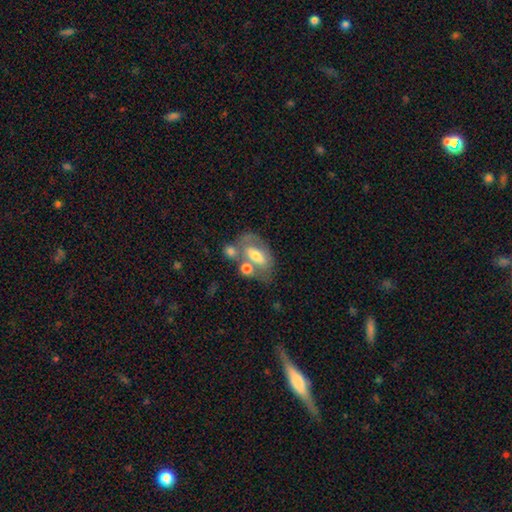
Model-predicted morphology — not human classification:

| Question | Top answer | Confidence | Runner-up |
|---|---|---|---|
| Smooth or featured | smooth | 51% | featured or disk (41%) |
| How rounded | in between | 86% | round (8%) |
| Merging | none | 38% | merger (32%) |